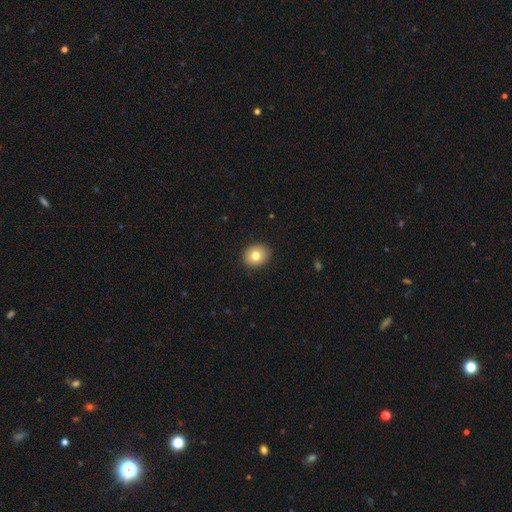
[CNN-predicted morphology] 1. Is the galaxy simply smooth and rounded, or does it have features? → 79% smooth, 12% featured or disk, 9% star or artifact.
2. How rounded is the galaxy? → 64% round, 35% in between, 1% cigar-shaped.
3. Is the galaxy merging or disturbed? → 90% none, 7% minor disturbance, 2% major disturbance, 1% merger.